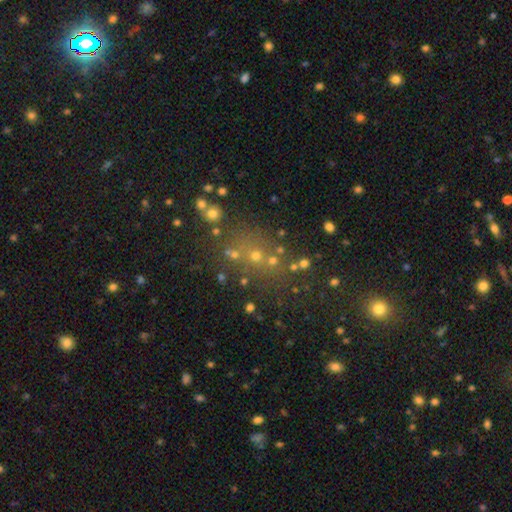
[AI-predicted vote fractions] Smooth or featured? star or artifact (56%)